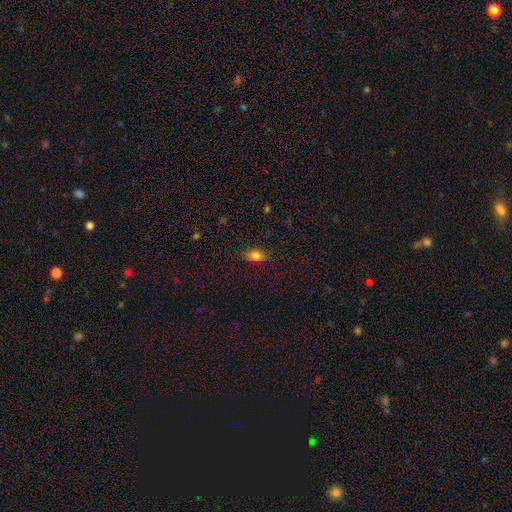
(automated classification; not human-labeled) A smooth galaxy with no disk features (80%) that is in between round and cigar-shaped (79%).

Vote fractions:
- Smooth or featured? smooth: 80% / star or artifact: 12% / featured or disk: 8%
- How rounded? in between: 79% / round: 17% / cigar-shaped: 3%
- Merging? none: 83% / minor disturbance: 13% / major disturbance: 3% / merger: 1%